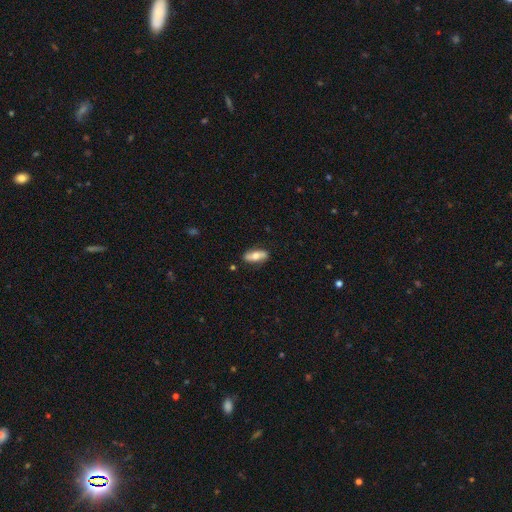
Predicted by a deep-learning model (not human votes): Overall: smooth (53%; featured or disk 41%). How rounded: in between (71%). Merging: none (83%).